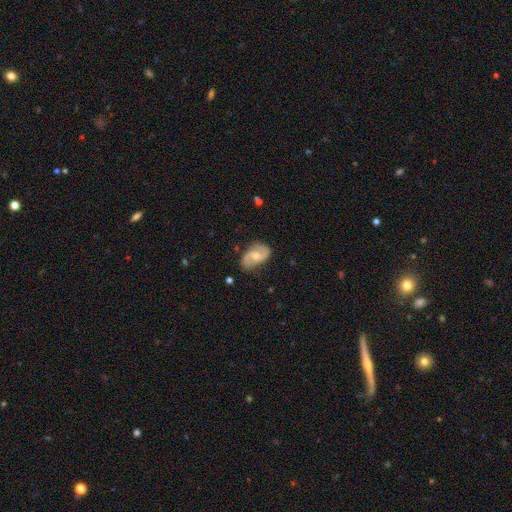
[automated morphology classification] This is likely a featured or disk galaxy (79%). It is clearly not viewed edge-on (97%). Bar: possibly weak (46%). Spiral arm pattern: clearly yes (94%). Spiral arm count: clearly 2 (91%). Spiral winding: possibly medium (48%). Central bulge: possibly moderate (55%). Merging: likely none (73%).